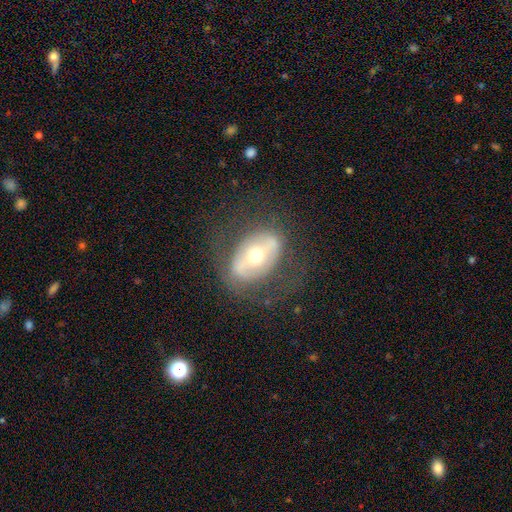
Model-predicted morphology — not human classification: Overall: featured or disk (61%; smooth 31%). Edge-on disk: no (91%). Bar: no (39%; strong 35%). Spiral arms: no (69%; yes 31%). Bulge size: moderate (68%). Merging: none (69%).